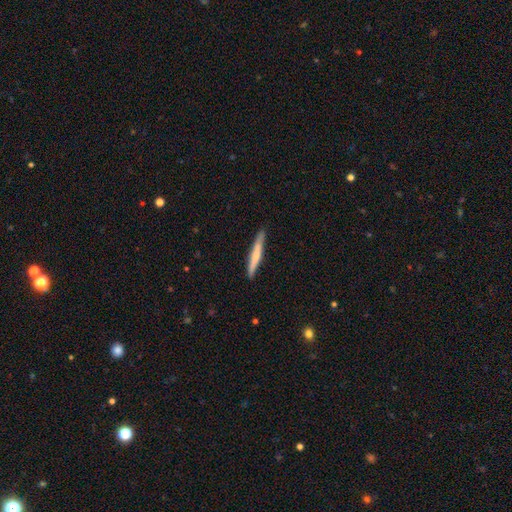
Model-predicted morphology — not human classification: smooth_or_featured: smooth (p=0.57) [alt: featured or disk p=0.38]
how_rounded: cigar-shaped (p=0.95) [alt: in between p=0.03]
merging: none (p=0.88) [alt: minor disturbance p=0.09]